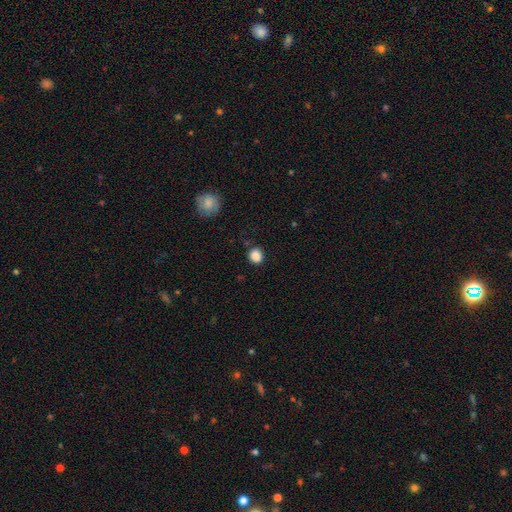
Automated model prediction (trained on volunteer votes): This is clearly a smooth galaxy (86%). How rounded: clearly round (82%). Merging: clearly none (84%).